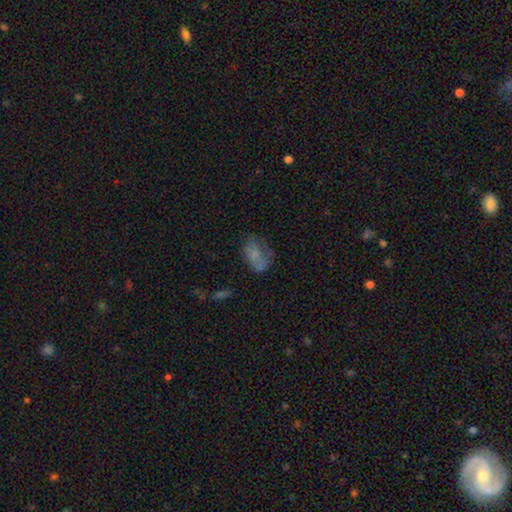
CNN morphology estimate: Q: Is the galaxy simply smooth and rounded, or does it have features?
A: smooth — 61%.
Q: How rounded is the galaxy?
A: in between — 82%.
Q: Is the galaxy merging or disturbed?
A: none — 40%.